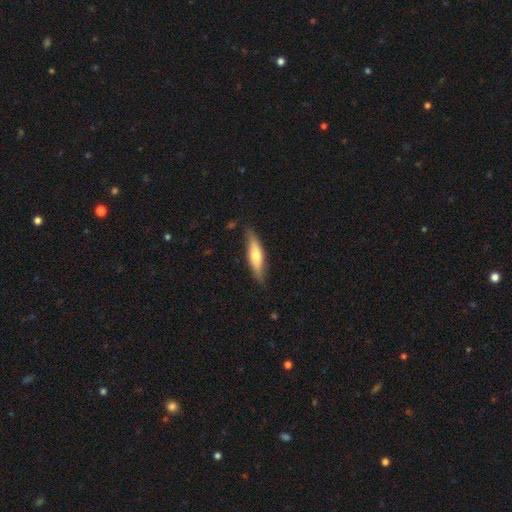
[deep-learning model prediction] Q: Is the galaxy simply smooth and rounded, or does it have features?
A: smooth — 55%.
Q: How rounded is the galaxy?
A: cigar-shaped — 66%.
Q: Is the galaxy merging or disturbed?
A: none — 79%.